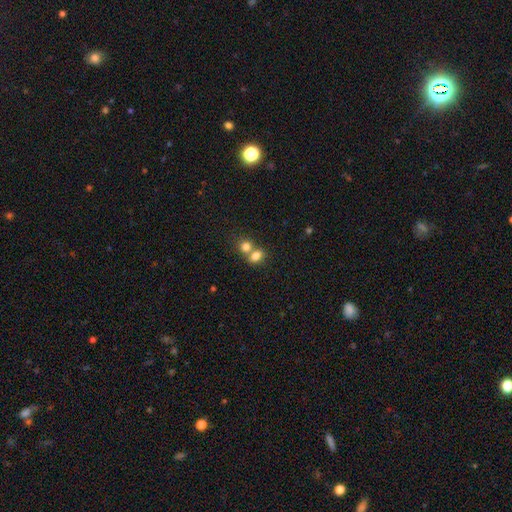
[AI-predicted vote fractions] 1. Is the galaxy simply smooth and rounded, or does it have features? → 79% smooth, 11% star or artifact, 10% featured or disk.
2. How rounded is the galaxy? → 51% in between, 48% round, 1% cigar-shaped.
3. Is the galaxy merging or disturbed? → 57% merger, 34% none, 6% minor disturbance, 3% major disturbance.